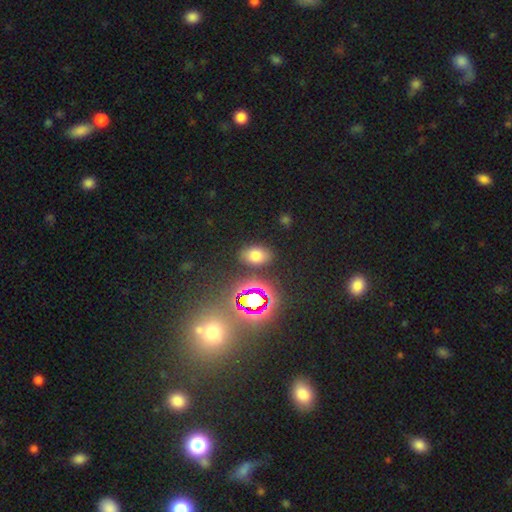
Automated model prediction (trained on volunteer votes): Overall: smooth (67%). How rounded: in between (86%). Merging: none (85%).